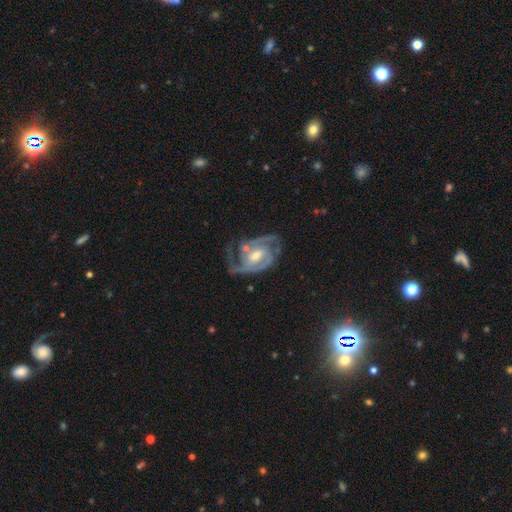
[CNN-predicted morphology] type=featured or disk (90%); edge-on=no (97%); bar=weak (49%); spiral arms=yes (97%); winding=medium (46%); arm count=2 (61%); bulge=moderate (65%); merging=none (56%).